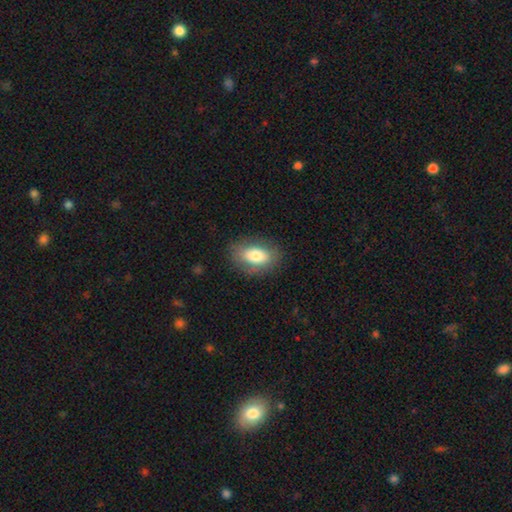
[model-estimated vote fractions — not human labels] This is likely a smooth galaxy (75%). How rounded: clearly in between (87%). Merging: clearly none (80%).